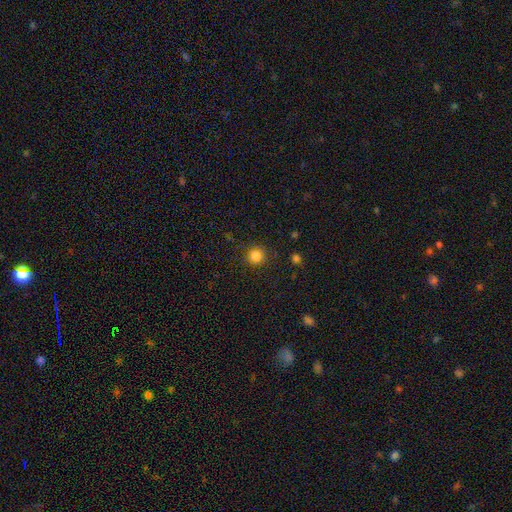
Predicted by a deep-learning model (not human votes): Overall: smooth (83%). How rounded: round (93%). Merging: none (90%).